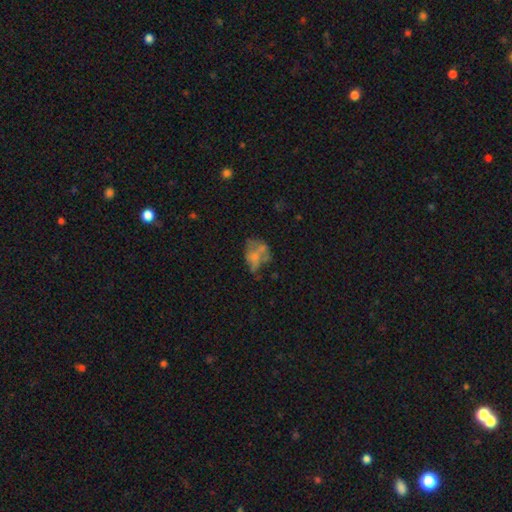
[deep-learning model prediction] A featured or disk galaxy (46%).

Vote fractions:
- Smooth or featured? featured or disk: 46% / smooth: 41% / star or artifact: 14%
- Merging? none: 34% / major disturbance: 30% / minor disturbance: 23% / merger: 14%